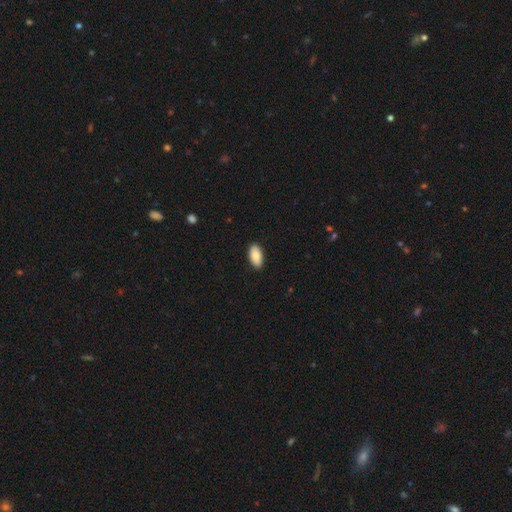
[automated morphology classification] Smooth or featured? Predicted: smooth (p=0.87). How rounded? Predicted: in between (p=0.94). Merging? Predicted: none (p=0.89).